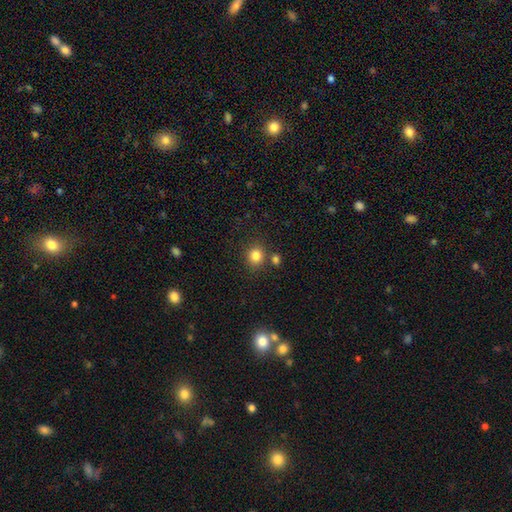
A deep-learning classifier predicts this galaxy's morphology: Smooth or featured? smooth (82%)
How rounded? round (83%)
Merging? none (77%)